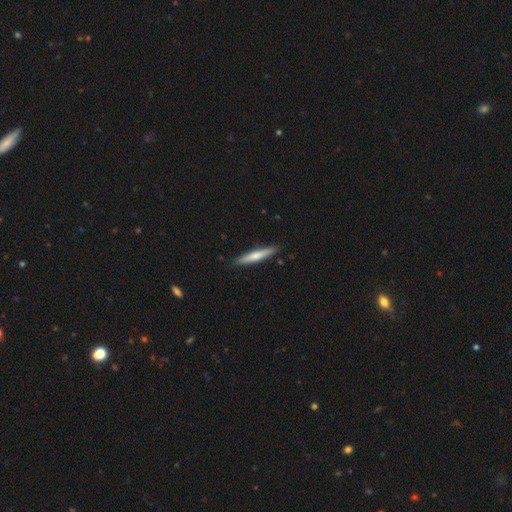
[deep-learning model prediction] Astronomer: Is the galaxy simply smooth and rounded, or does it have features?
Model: smooth — 62%.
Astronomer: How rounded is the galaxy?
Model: cigar-shaped — 93%.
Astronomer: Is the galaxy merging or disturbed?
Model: none — 89%.